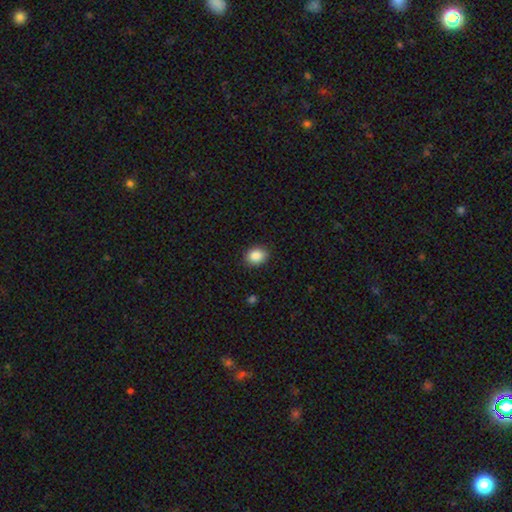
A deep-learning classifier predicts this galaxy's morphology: Smooth or featured?
  - smooth: 88% *
  - star or artifact: 8%
  - featured or disk: 4%
How rounded?
  - in between: 53% *
  - round: 46%
  - cigar-shaped: 1%
Merging?
  - none: 89% *
  - minor disturbance: 8%
  - major disturbance: 2%
  - merger: 1%